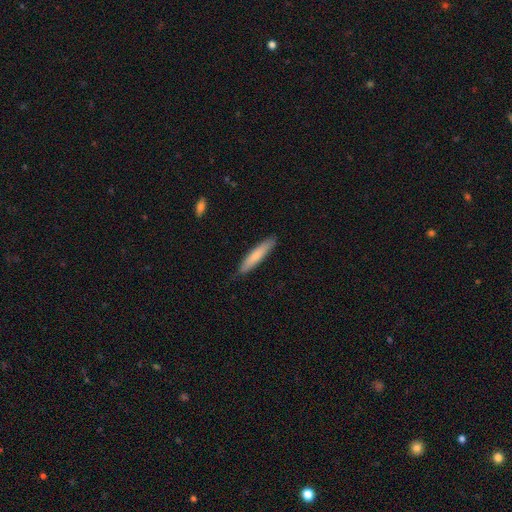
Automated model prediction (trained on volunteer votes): Smooth or featured? Predicted: smooth (p=0.75). How rounded? Predicted: cigar-shaped (p=0.89). Merging? Predicted: none (p=0.85).